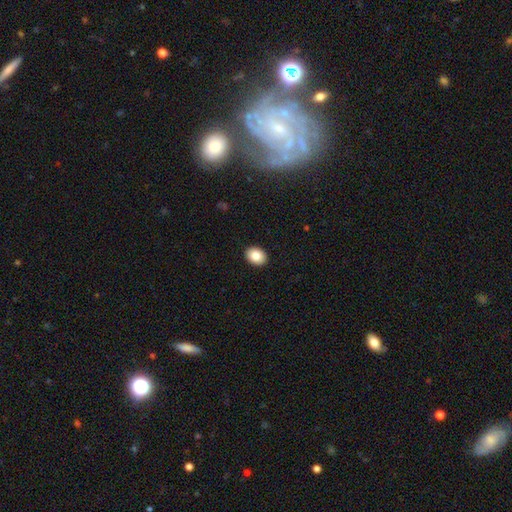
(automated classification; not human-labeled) Morphology: type=smooth (84%); roundness=in between (65%); merging=none (92%).